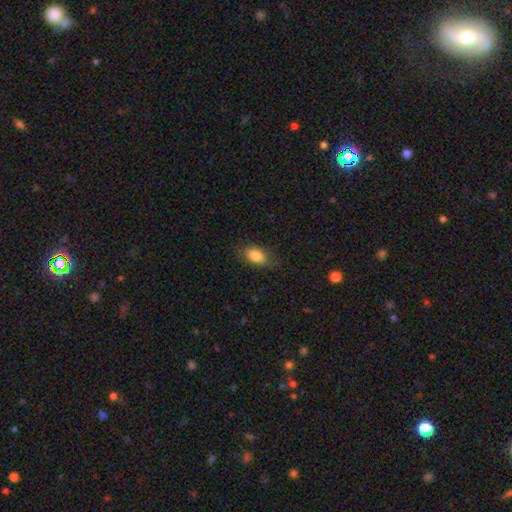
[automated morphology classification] smooth-or-featured: smooth: 83% | featured or disk: 9% | star or artifact: 8%
  how-rounded: in between: 86% | round: 10% | cigar-shaped: 5%
  merging: none: 77% | minor disturbance: 17% | major disturbance: 5% | merger: 1%